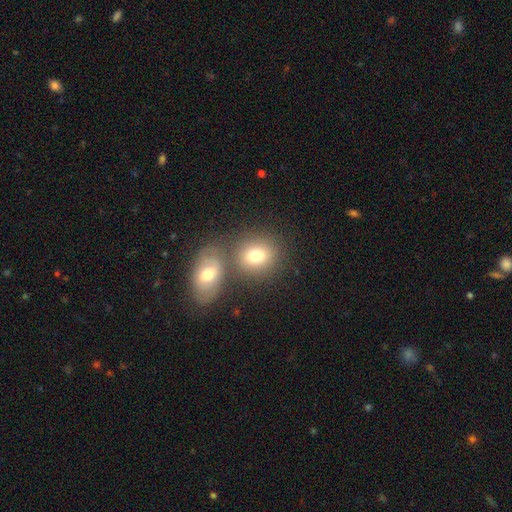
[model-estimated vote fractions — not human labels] The model was most divided on "merging": none: 56%, merger: 30%, minor disturbance: 10%, major disturbance: 4%. More confident: smooth or featured — smooth (76%); how rounded — round (63%).